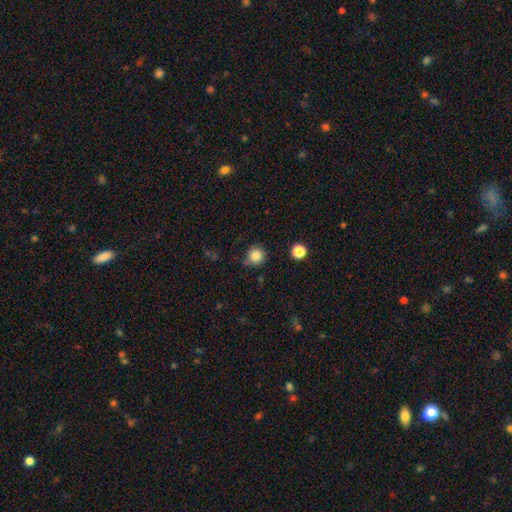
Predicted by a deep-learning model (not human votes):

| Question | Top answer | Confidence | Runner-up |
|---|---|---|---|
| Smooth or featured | smooth | 84% | star or artifact (11%) |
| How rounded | round | 93% | in between (6%) |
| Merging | none | 76% | minor disturbance (17%) |